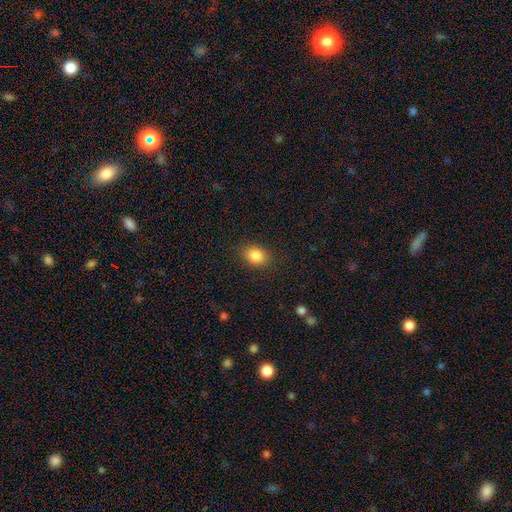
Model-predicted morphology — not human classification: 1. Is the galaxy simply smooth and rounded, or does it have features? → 86% smooth, 9% star or artifact, 5% featured or disk.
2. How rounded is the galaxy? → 63% in between, 36% round, 1% cigar-shaped.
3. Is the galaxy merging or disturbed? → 87% none, 9% minor disturbance, 3% major disturbance, 1% merger.